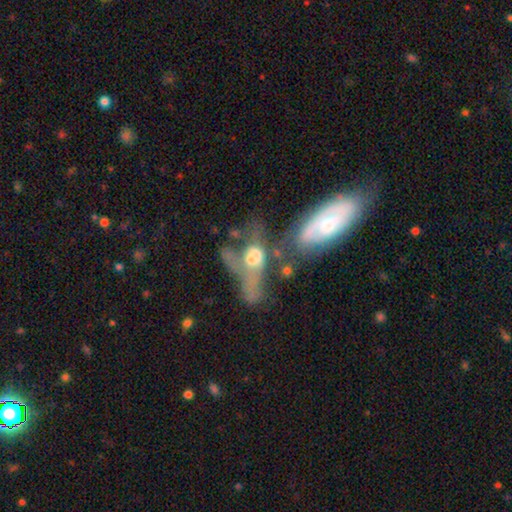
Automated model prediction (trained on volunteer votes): A featured or disk galaxy (53%). Merging: merger (49%).